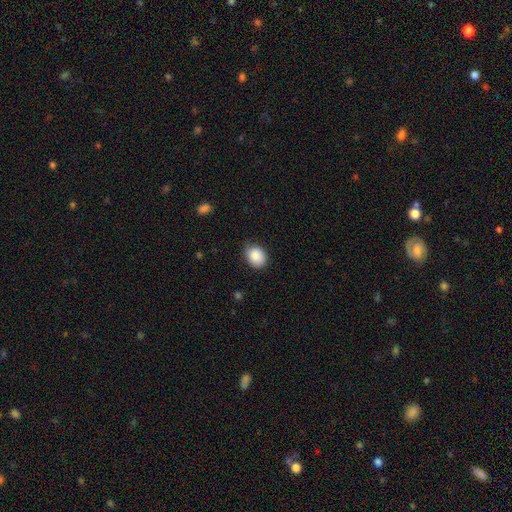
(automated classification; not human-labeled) Smooth or featured? smooth (88%)
How rounded? in between (54%)
Merging? none (75%)